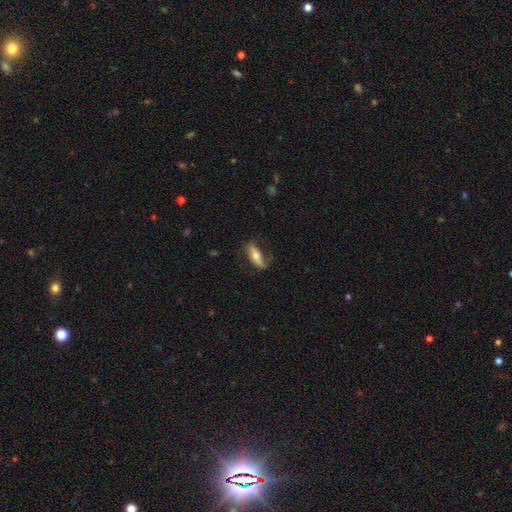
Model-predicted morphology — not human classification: smooth_or_featured: smooth (p=0.59) [alt: featured or disk p=0.35]
how_rounded: in between (p=0.55) [alt: cigar-shaped p=0.42]
merging: none (p=0.70) [alt: minor disturbance p=0.22]